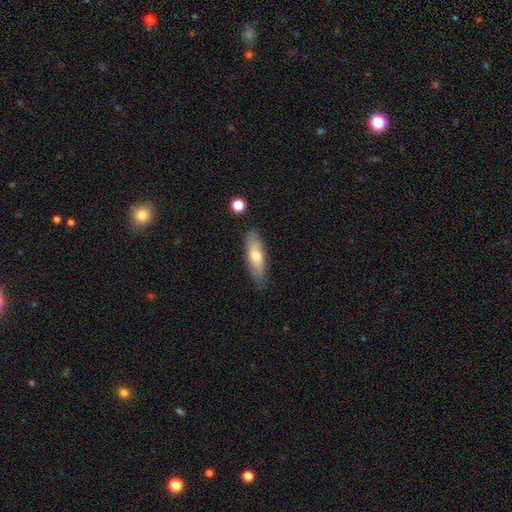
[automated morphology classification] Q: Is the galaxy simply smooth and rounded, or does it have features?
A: smooth — 65%.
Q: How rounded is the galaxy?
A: in between — 58%.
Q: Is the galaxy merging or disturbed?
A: none — 80%.